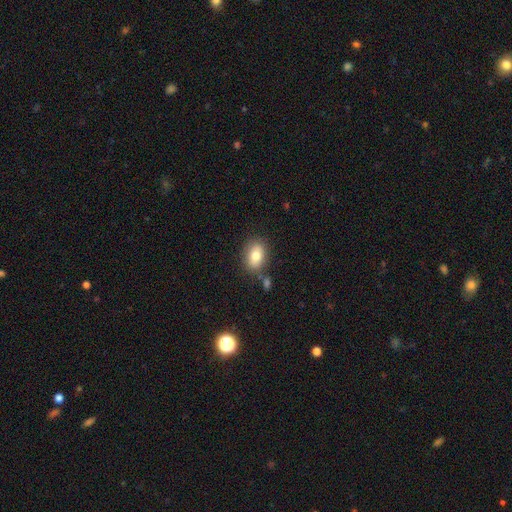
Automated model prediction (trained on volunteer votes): This is likely a smooth galaxy (78%). How rounded: likely in between (80%). Merging: likely none (77%).